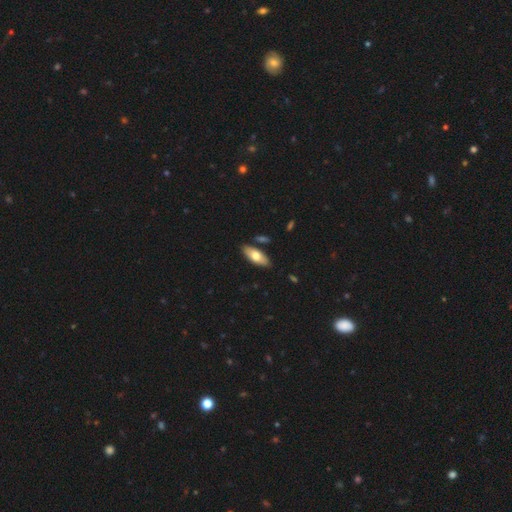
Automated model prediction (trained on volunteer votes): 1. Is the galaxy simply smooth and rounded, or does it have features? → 69% smooth, 25% featured or disk, 6% star or artifact.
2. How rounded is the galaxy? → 81% in between, 16% cigar-shaped, 2% round.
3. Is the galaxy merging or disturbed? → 84% none, 10% minor disturbance, 4% merger, 2% major disturbance.